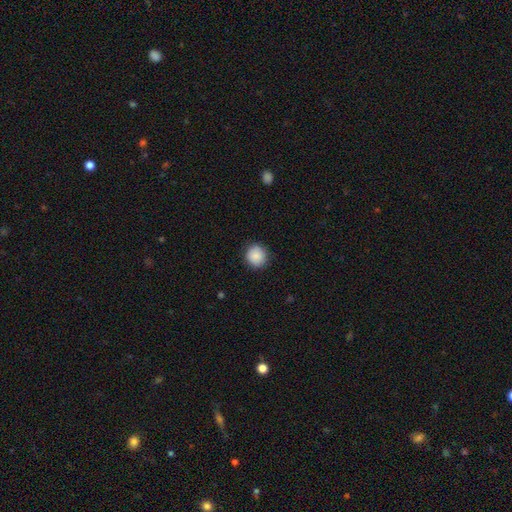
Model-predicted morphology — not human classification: Smooth or featured? Predicted: smooth (p=0.88). How rounded? Predicted: round (p=0.90). Merging? Predicted: none (p=0.89).